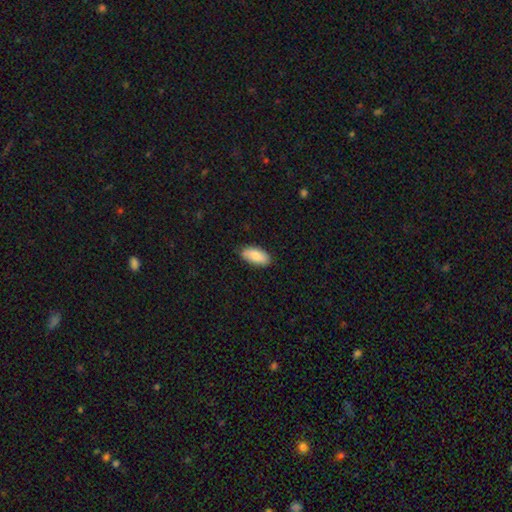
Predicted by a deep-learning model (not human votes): Morphology: type=smooth (83%); roundness=in between (93%); merging=none (82%).